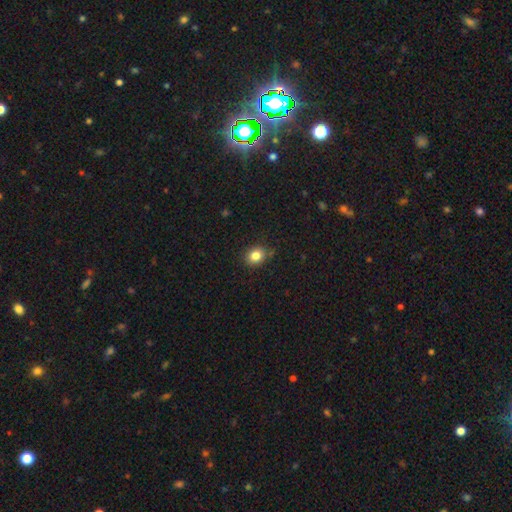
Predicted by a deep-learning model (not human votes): Overall: smooth (83%). How rounded: round (59%; in between 41%). Merging: none (82%).